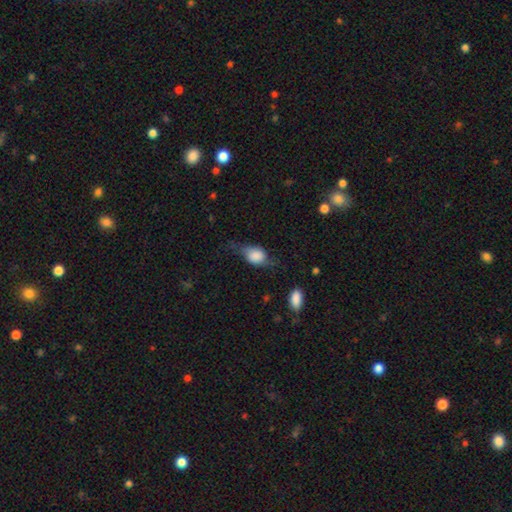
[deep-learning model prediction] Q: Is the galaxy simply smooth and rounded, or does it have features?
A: smooth — 66%.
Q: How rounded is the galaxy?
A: in between — 64%.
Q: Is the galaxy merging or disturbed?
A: none — 41%.